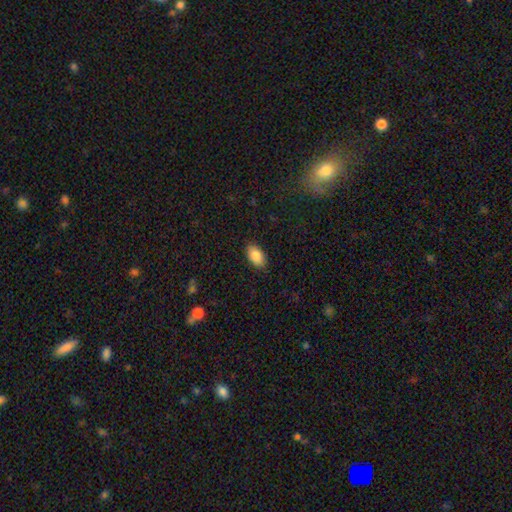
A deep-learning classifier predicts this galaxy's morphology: Smooth or featured? smooth (86%)
How rounded? in between (93%)
Merging? none (88%)